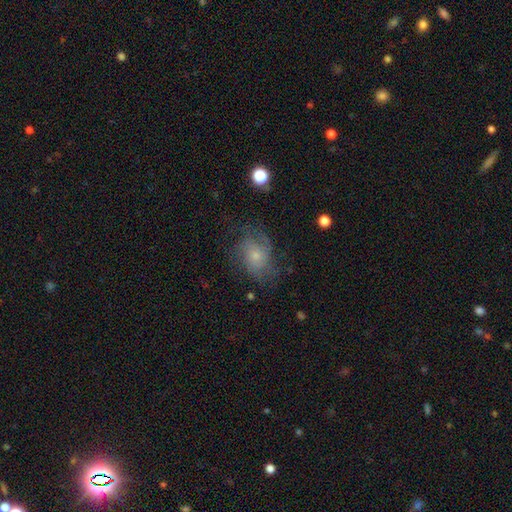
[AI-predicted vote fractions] This appears to be a featured or disk galaxy (53%) with no bar (81%), spiral arms (77%) and a small central bulge (62%). Merging: none (56%).